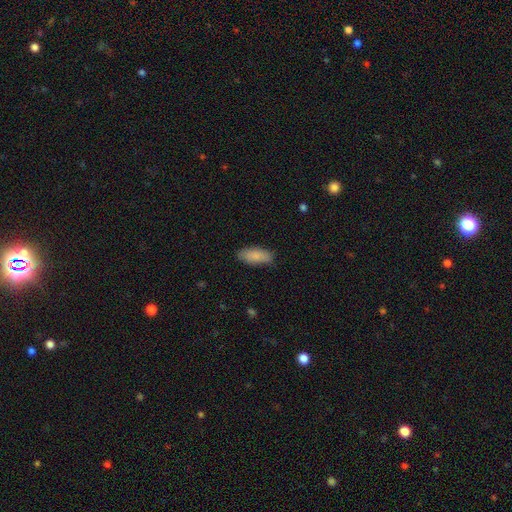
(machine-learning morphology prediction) smooth-or-featured: smooth: 85% | featured or disk: 9% | star or artifact: 6%
  how-rounded: in between: 80% | cigar-shaped: 18% | round: 2%
  merging: none: 82% | minor disturbance: 14% | major disturbance: 3% | merger: 1%